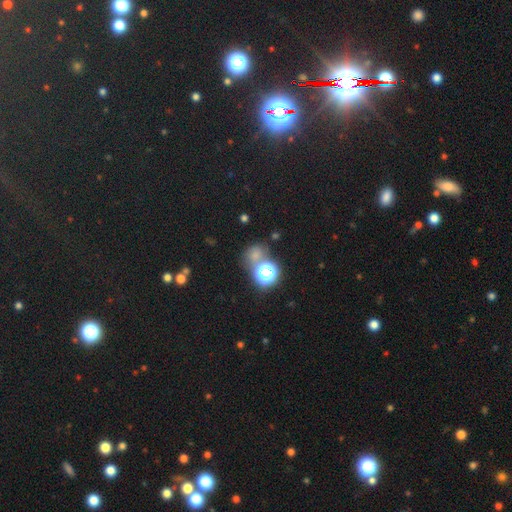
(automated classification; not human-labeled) Smooth or featured?
  - smooth: 57% *
  - star or artifact: 34%
  - featured or disk: 9%
How rounded?
  - round: 67% *
  - in between: 32%
  - cigar-shaped: 1%
Merging?
  - none: 57% *
  - merger: 21%
  - minor disturbance: 14%
  - major disturbance: 8%